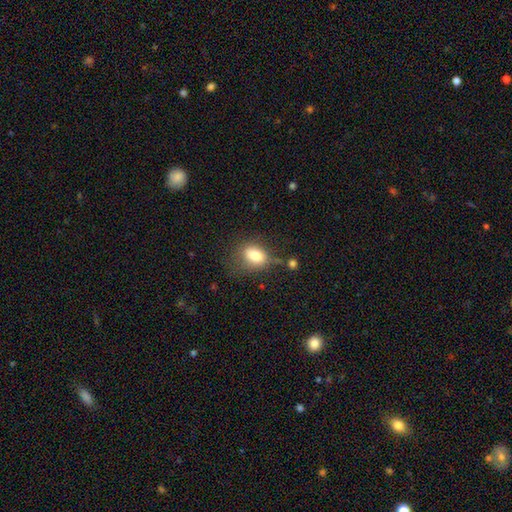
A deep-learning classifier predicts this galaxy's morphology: Smooth or featured: smooth — 77% (featured or disk — 13%)
How rounded: in between — 66% (round — 32%)
Merging: none — 51% (minor disturbance — 28%)